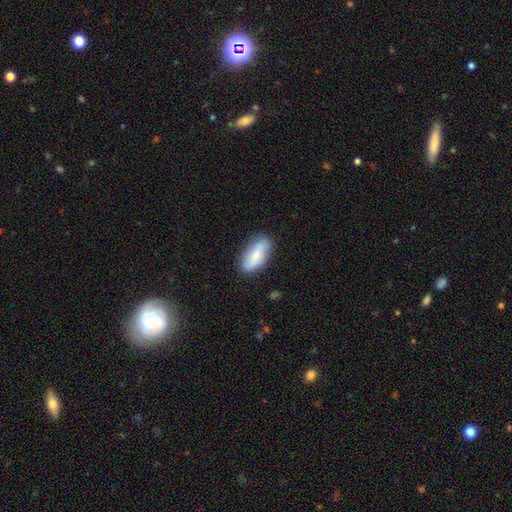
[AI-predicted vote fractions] smooth-or-featured: smooth: 64% | featured or disk: 30% | star or artifact: 6%
  how-rounded: in between: 81% | cigar-shaped: 16% | round: 3%
  merging: none: 82% | minor disturbance: 14% | major disturbance: 3% | merger: 1%